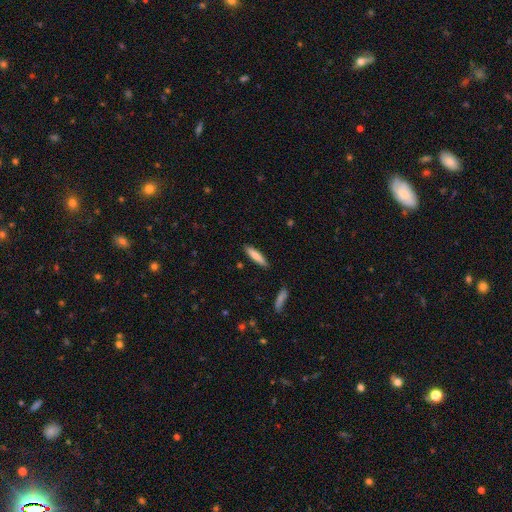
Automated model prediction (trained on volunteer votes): A smooth galaxy with no disk features (79%) that is cigar-shaped (81%). Merging: none (88%).